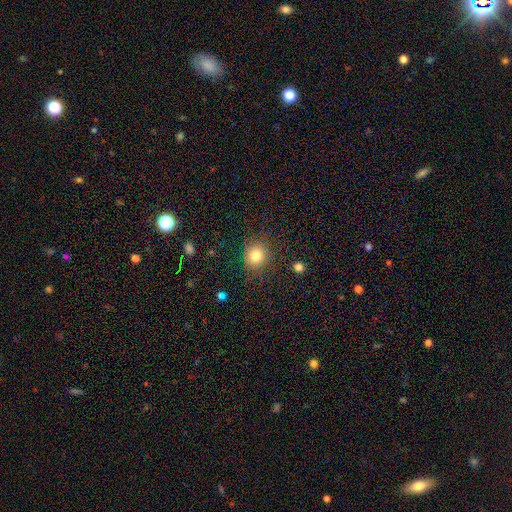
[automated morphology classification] type=smooth (80%); roundness=round (81%); merging=none (83%).